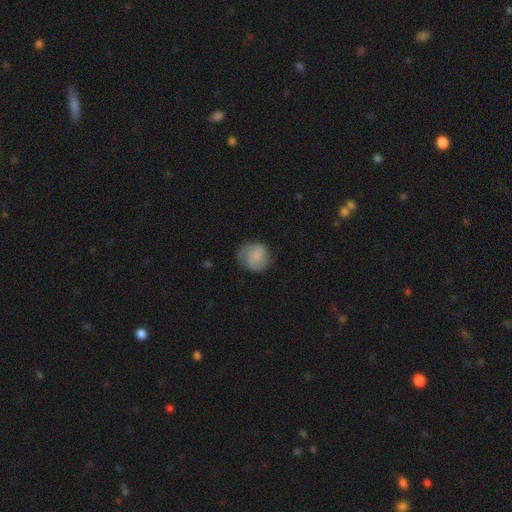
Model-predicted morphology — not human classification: This is likely a smooth galaxy (76%). How rounded: clearly round (86%). Merging: likely none (65%).